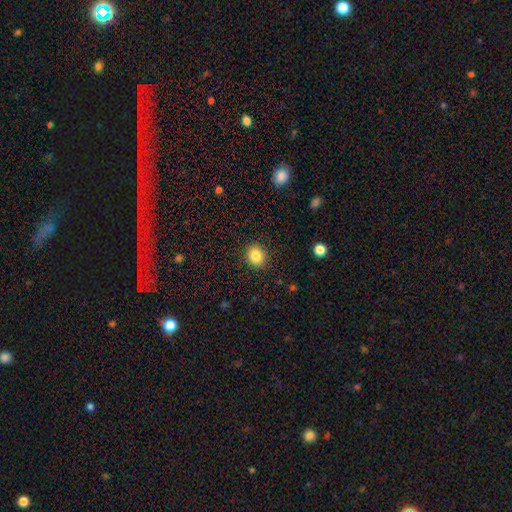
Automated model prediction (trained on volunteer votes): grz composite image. It shows a smooth galaxy with no disk features (85%) that is round (70%). Merging: none (90%).